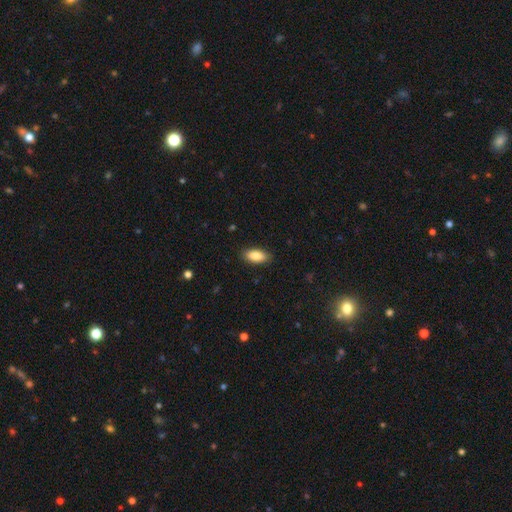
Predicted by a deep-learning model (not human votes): smooth 87%, star or artifact 7%, featured or disk 6%. Down the decision tree: how rounded — in between (89%); merging — none (88%).